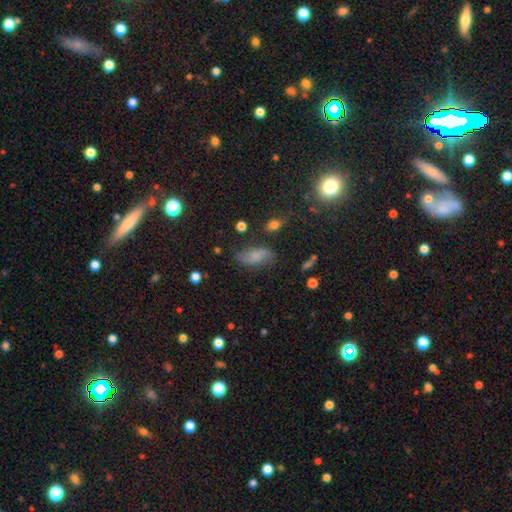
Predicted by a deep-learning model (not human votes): Morphology: type=smooth (52%); roundness=in between (84%); merging=none (63%).